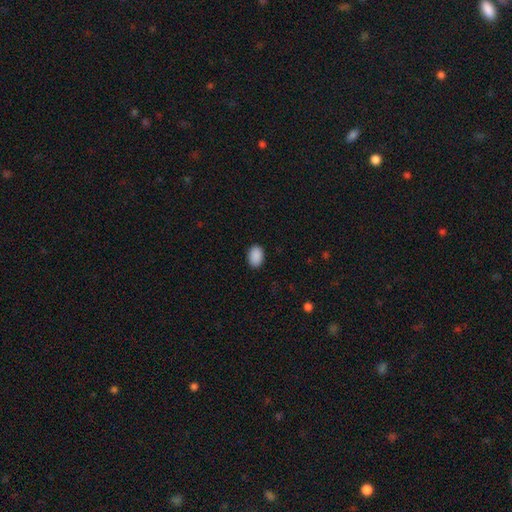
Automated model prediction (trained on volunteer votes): smooth 90%, star or artifact 8%, featured or disk 2%. Down the decision tree: how rounded — in between (86%); merging — none (89%).